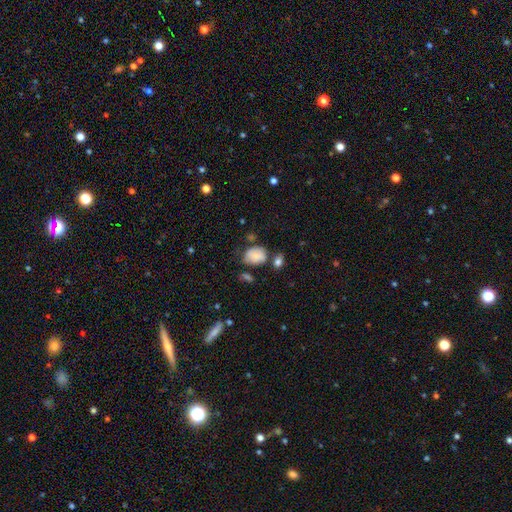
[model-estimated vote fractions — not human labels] This is likely a smooth galaxy (79%). How rounded: likely in between (65%). Merging: possibly none (48%).